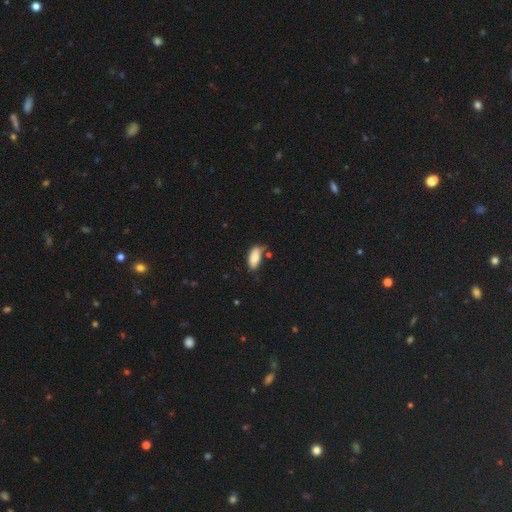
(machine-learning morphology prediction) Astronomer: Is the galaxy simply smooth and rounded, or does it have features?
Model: smooth — 85%.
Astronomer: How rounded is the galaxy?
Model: in between — 89%.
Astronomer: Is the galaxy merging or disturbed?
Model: none — 57%.